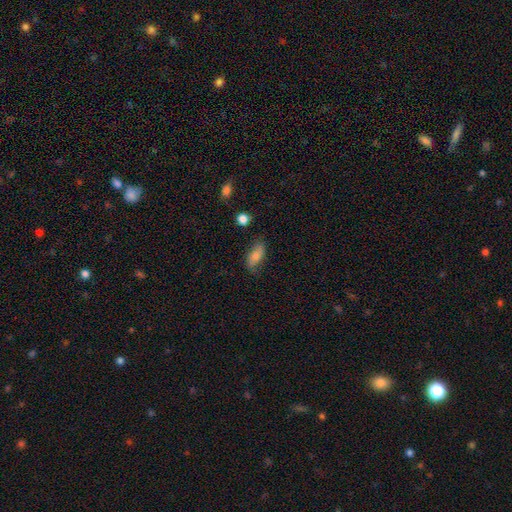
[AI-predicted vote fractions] This appears to be a smooth galaxy with no disk features (73%) that is in between round and cigar-shaped (83%). Merging: none (70%).